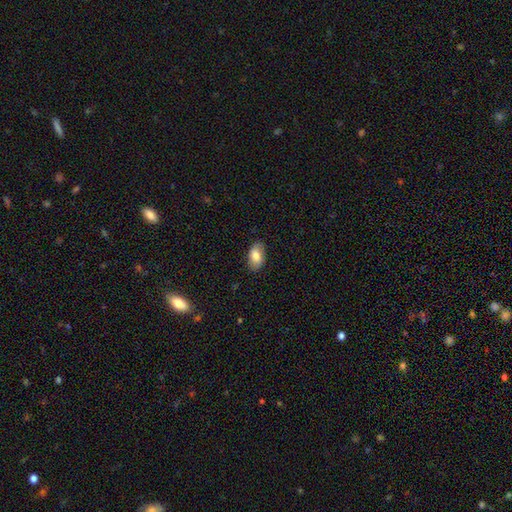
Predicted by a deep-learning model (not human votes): smooth_or_featured: smooth (p=0.78) [alt: featured or disk p=0.15]
how_rounded: in between (p=0.92) [alt: round p=0.06]
merging: none (p=0.83) [alt: minor disturbance p=0.13]